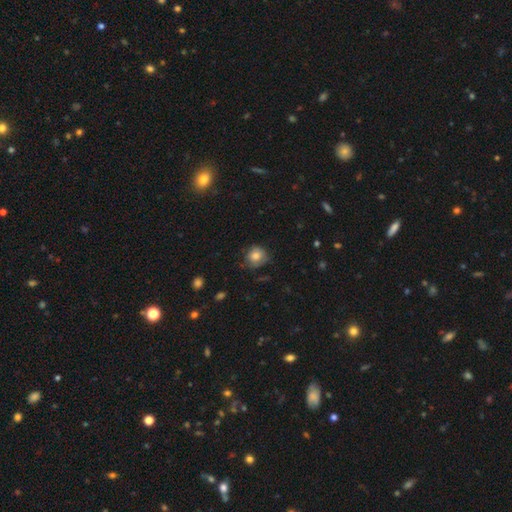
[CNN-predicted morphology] smooth-or-featured: smooth: 77% | featured or disk: 13% | star or artifact: 9%
  how-rounded: round: 82% | in between: 17% | cigar-shaped: 1%
  merging: none: 65% | minor disturbance: 26% | major disturbance: 7% | merger: 2%